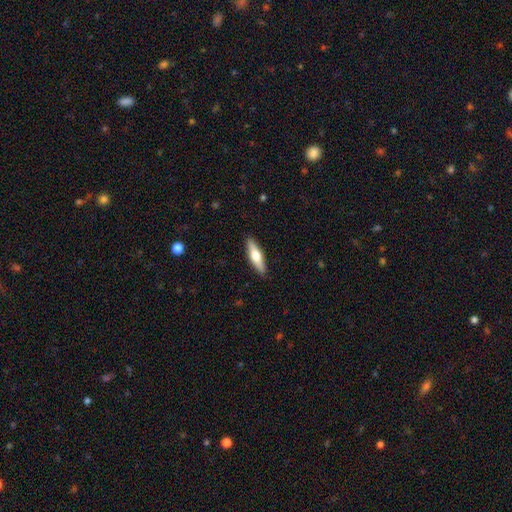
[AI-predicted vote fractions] This is possibly a smooth galaxy (50%). Merging: clearly none (90%).